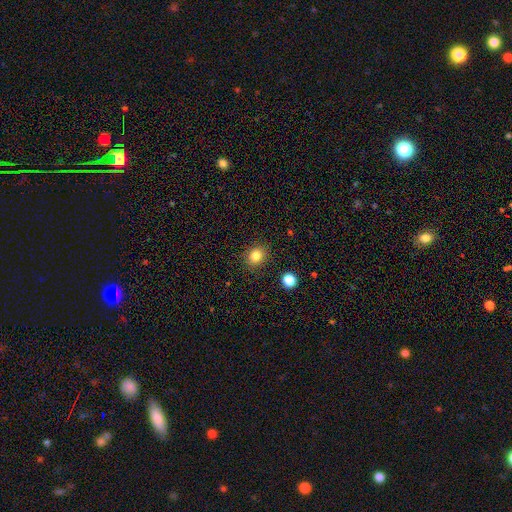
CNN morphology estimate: Q: Smooth or featured?
A: smooth (82%); runner-up: star or artifact (12%)
Q: How rounded?
A: round (69%); runner-up: in between (30%)
Q: Merging?
A: none (89%); runner-up: minor disturbance (8%)